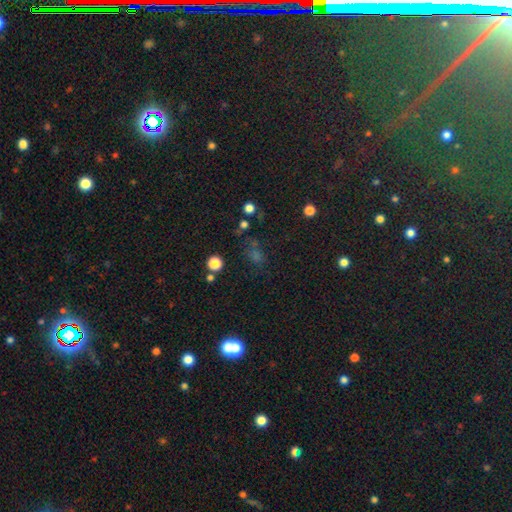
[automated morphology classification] Q: Smooth or featured?
A: star or artifact (49%); runner-up: smooth (41%)